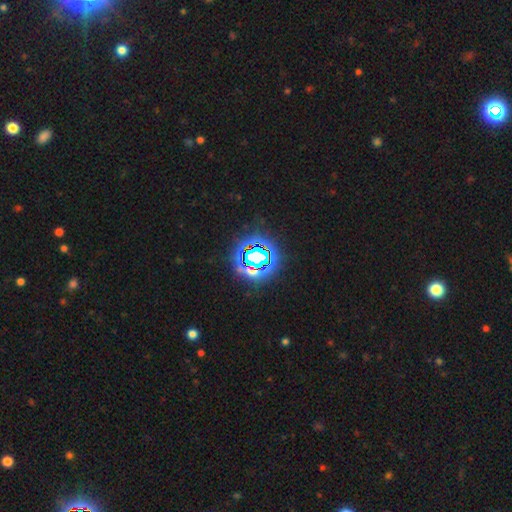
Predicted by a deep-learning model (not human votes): This is likely a star or artifact rather than a galaxy (74%).